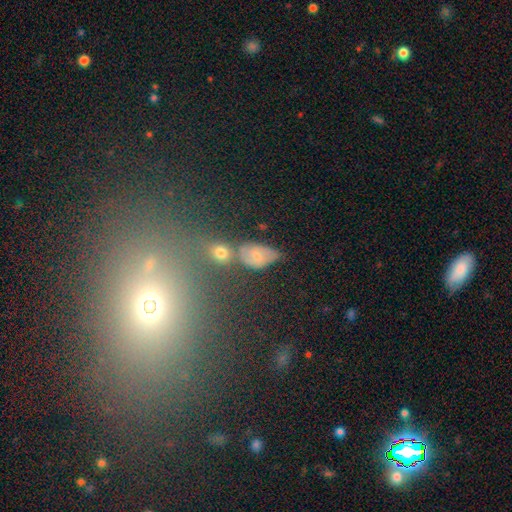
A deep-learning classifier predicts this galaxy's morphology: Overall: smooth (51%; featured or disk 35%). How rounded: in between (83%). Merging: none (56%; minor disturbance 23%).